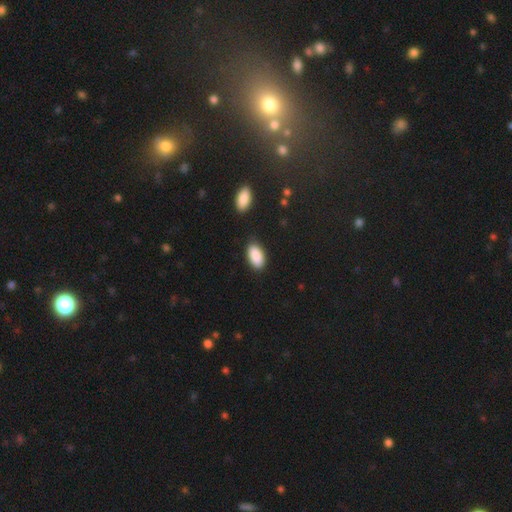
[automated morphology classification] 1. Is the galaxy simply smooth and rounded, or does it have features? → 90% smooth, 6% star or artifact, 4% featured or disk.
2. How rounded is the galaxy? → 94% in between, 3% round, 3% cigar-shaped.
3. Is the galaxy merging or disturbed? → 83% none, 12% minor disturbance, 2% merger, 2% major disturbance.